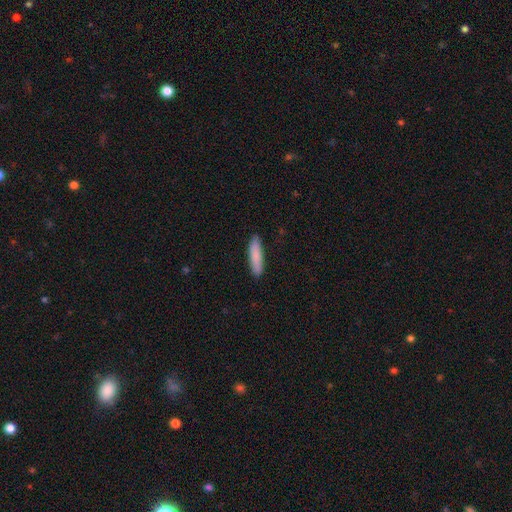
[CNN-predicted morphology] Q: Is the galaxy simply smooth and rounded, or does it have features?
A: smooth — 86%.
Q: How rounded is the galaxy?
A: cigar-shaped — 78%.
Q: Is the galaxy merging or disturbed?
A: none — 89%.